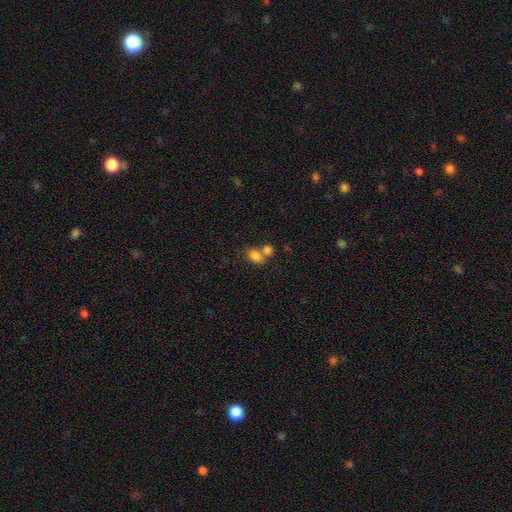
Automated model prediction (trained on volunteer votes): Smooth or featured?
  - smooth: 82% *
  - star or artifact: 10%
  - featured or disk: 8%
How rounded?
  - in between: 70% *
  - round: 28%
  - cigar-shaped: 1%
Merging?
  - merger: 51% *
  - none: 37%
  - minor disturbance: 9%
  - major disturbance: 4%